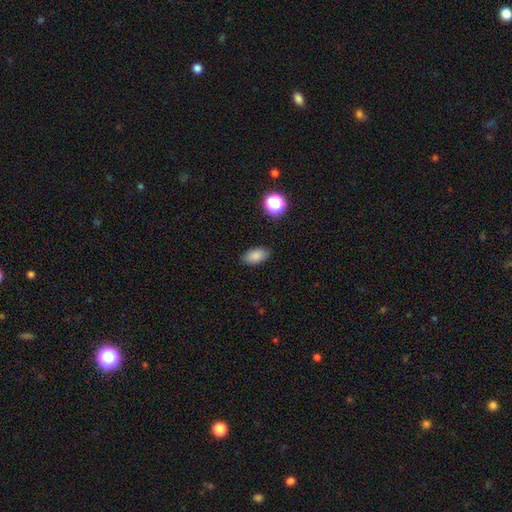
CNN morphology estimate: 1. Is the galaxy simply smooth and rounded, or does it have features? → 85% smooth, 10% star or artifact, 5% featured or disk.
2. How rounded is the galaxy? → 91% in between, 7% round, 2% cigar-shaped.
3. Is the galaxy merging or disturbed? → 86% none, 10% minor disturbance, 3% major disturbance, 1% merger.